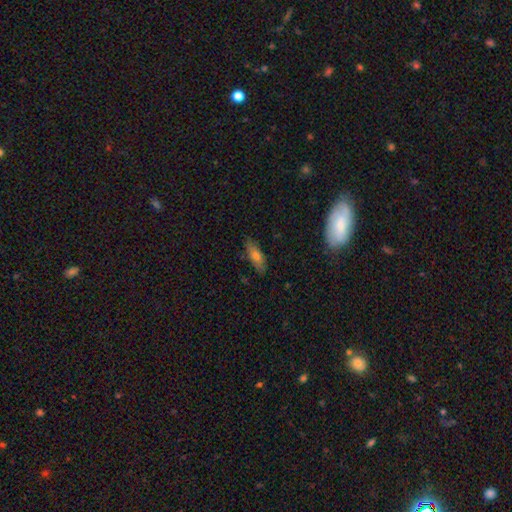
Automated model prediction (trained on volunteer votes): A smooth galaxy with no disk features (64%) that is in between round and cigar-shaped (59%).

Vote fractions:
- Smooth or featured? smooth: 64% / featured or disk: 27% / star or artifact: 9%
- How rounded? in between: 59% / cigar-shaped: 37% / round: 3%
- Merging? none: 83% / minor disturbance: 13% / major disturbance: 2% / merger: 2%